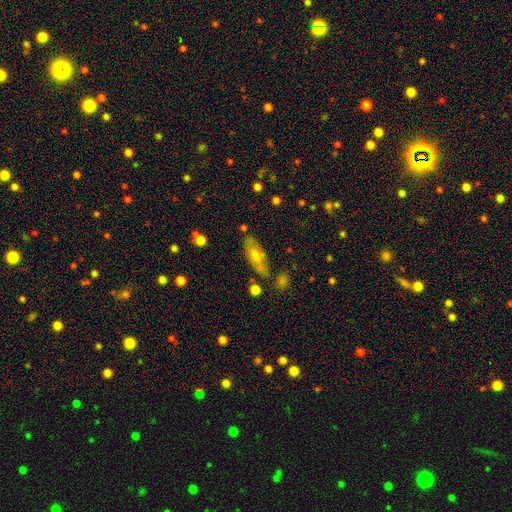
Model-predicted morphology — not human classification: Smooth or featured? Predicted: smooth (p=0.55). How rounded? Predicted: in between (p=0.72). Merging? Predicted: none (p=0.73).